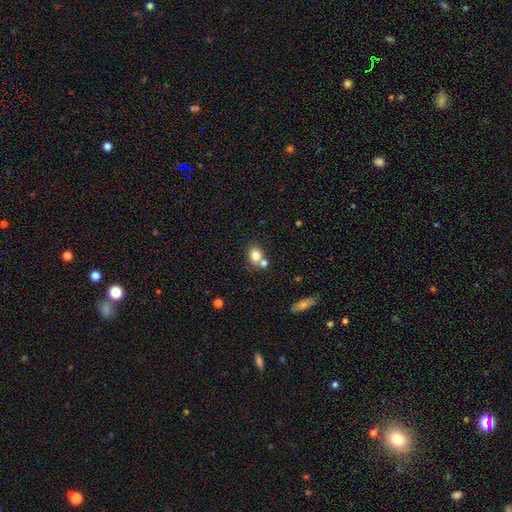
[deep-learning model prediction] Q: Smooth or featured?
A: smooth (80%); runner-up: star or artifact (11%)
Q: How rounded?
A: round (59%); runner-up: in between (40%)
Q: Merging?
A: none (59%); runner-up: merger (27%)